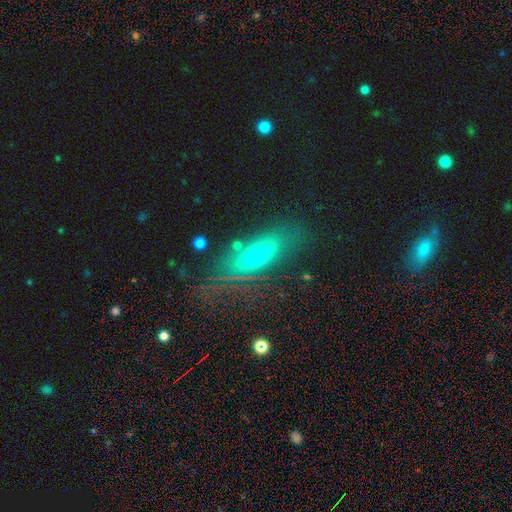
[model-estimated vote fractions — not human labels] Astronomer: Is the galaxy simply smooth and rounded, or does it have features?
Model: smooth — 50% (runner-up: featured or disk, 31%).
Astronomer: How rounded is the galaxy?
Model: in between — 63%.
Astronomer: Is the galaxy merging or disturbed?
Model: none — 73%.